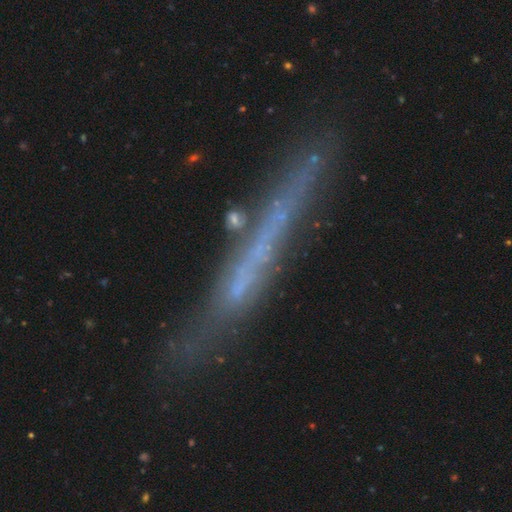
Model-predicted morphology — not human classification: featured or disk 53%, smooth 31%, star or artifact 15%. Down the decision tree: edge-on disk — yes (87%); merging — none (74%).